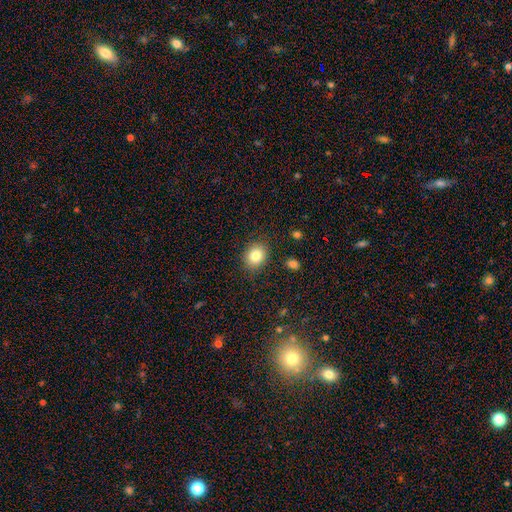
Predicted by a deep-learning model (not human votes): A smooth galaxy with no disk features (82%) that is round (60%). Merging: none (87%).